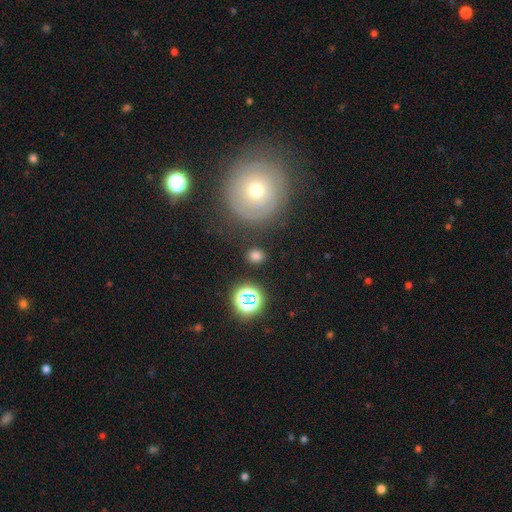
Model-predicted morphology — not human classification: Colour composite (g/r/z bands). It shows a smooth galaxy with no disk features (74%) that is round (68%). Merging: none (82%).